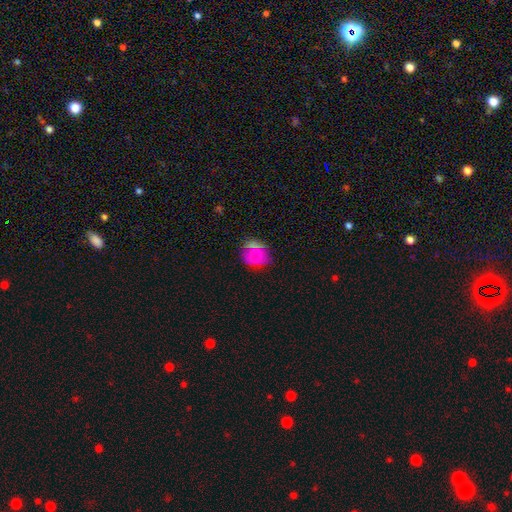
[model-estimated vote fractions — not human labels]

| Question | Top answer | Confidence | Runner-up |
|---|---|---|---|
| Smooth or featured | smooth | 71% | featured or disk (17%) |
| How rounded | round | 71% | in between (28%) |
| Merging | none | 63% | minor disturbance (21%) |